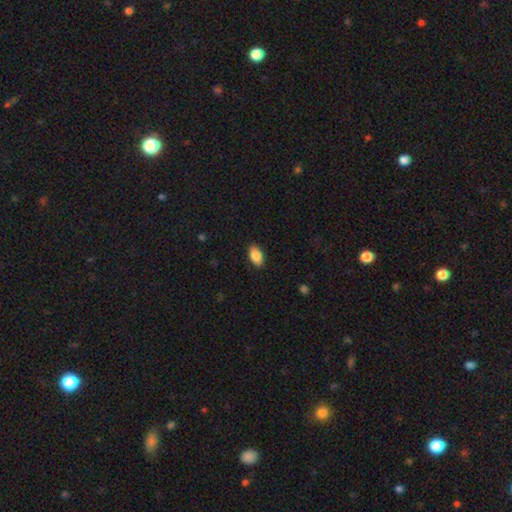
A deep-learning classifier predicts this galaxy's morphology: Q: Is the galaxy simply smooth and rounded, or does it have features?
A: smooth — 86%.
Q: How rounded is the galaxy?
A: in between — 93%.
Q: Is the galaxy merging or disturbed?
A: none — 88%.